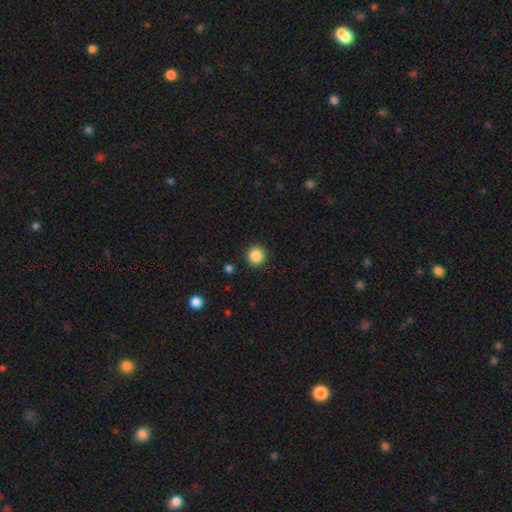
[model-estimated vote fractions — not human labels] The model was most divided on "smooth or featured": smooth: 87%, star or artifact: 10%, featured or disk: 4%. More confident: how rounded — round (94%); merging — none (91%).